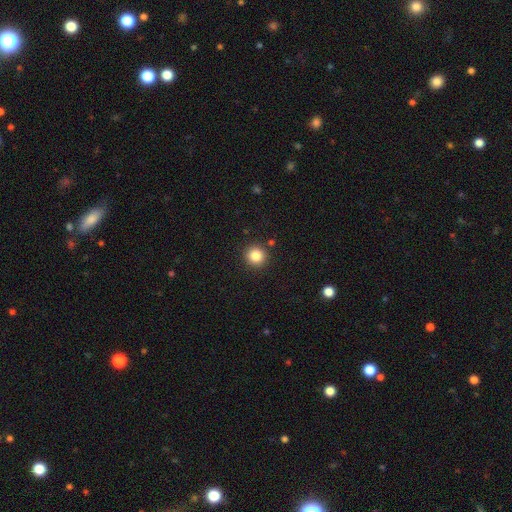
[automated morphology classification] A smooth galaxy with no disk features (84%) that is round (94%).

Vote fractions:
- Smooth or featured? smooth: 84% / star or artifact: 11% / featured or disk: 5%
- How rounded? round: 94% / in between: 5% / cigar-shaped: 1%
- Merging? none: 91% / minor disturbance: 6% / major disturbance: 2% / merger: 2%